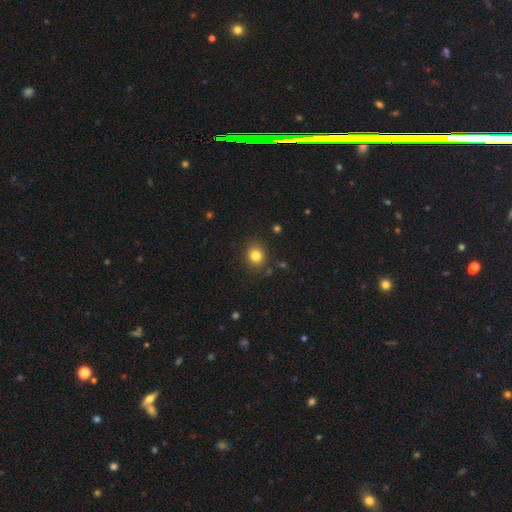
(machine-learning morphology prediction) Smooth or featured? Predicted: smooth (p=0.82). How rounded? Predicted: round (p=0.74). Merging? Predicted: none (p=0.86).